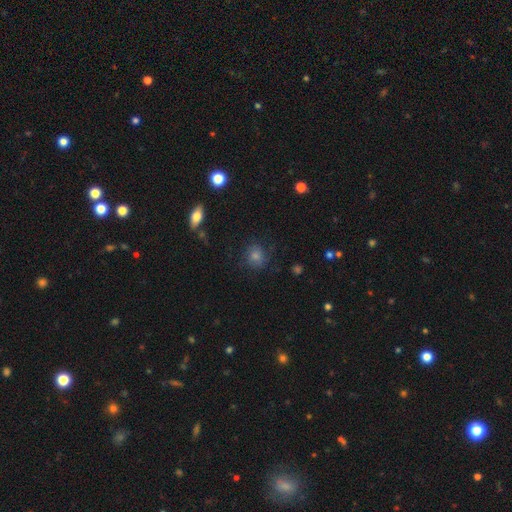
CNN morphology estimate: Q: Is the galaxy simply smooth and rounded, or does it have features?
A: smooth — 59%.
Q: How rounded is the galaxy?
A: round — 80%.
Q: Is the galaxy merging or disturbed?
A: none — 77%.